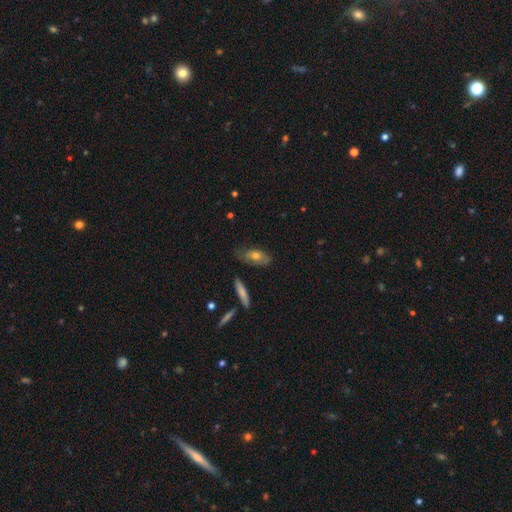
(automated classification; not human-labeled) smooth 61%, featured or disk 31%, star or artifact 8%. Down the decision tree: how rounded — in between (78%); merging — none (64%).